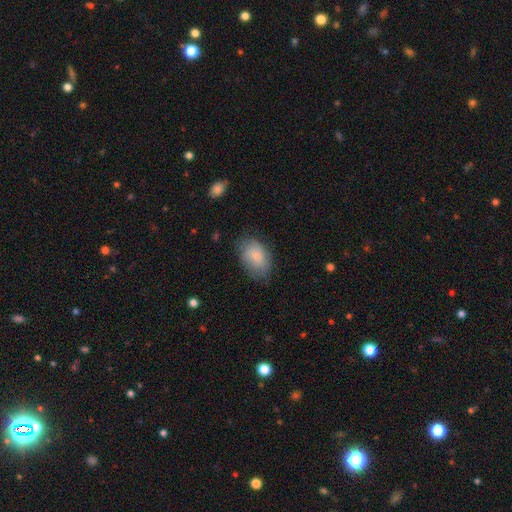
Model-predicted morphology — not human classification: smooth_or_featured: smooth (p=0.80) [alt: featured or disk p=0.14]
how_rounded: in between (p=0.88) [alt: round p=0.10]
merging: none (p=0.71) [alt: minor disturbance p=0.22]